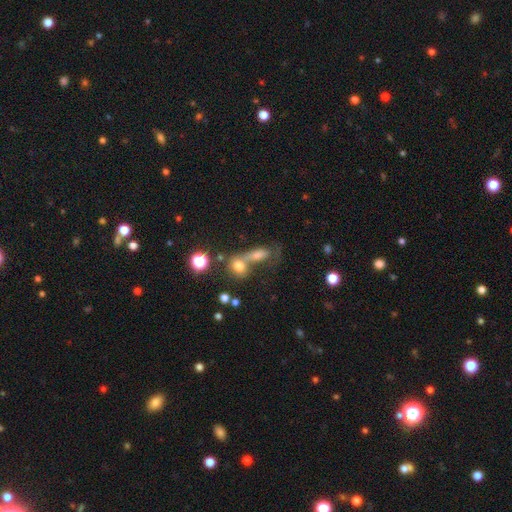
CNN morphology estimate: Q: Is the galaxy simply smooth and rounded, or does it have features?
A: smooth — 53%.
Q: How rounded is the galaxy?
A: in between — 53%.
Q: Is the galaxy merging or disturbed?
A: merger — 58%.